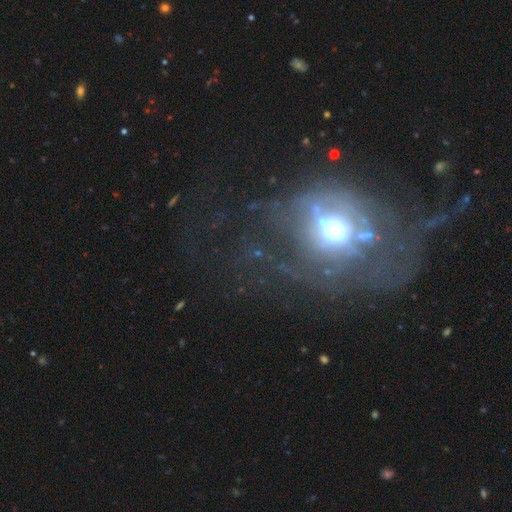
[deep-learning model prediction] Q: Smooth or featured?
A: featured or disk (49%); runner-up: star or artifact (27%)
Q: Merging?
A: major disturbance (45%); runner-up: none (32%)